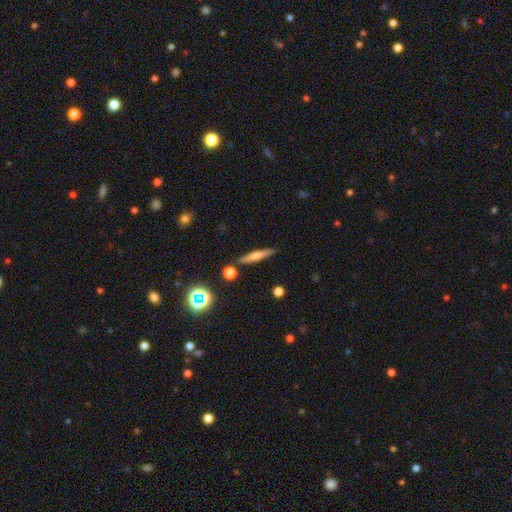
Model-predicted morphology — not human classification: smooth_or_featured: smooth (p=0.50) [alt: featured or disk p=0.40]
how_rounded: cigar-shaped (p=0.88) [alt: in between p=0.09]
merging: none (p=0.86) [alt: minor disturbance p=0.09]